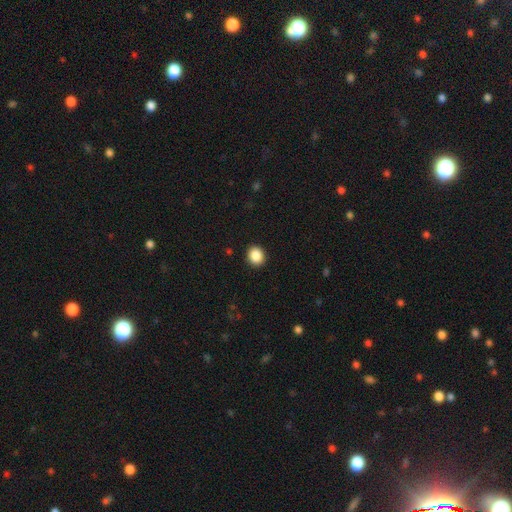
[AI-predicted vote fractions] smooth 88%, star or artifact 9%, featured or disk 3%. Down the decision tree: how rounded — round (77%); merging — none (92%).